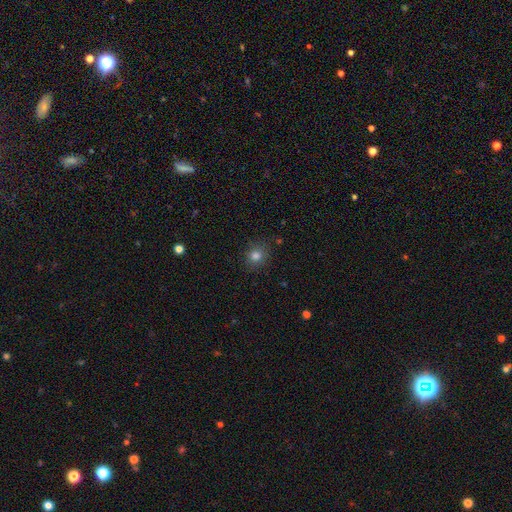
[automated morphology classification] Smooth or featured: smooth — 81% (star or artifact — 14%)
How rounded: round — 82% (in between — 17%)
Merging: none — 85% (minor disturbance — 11%)